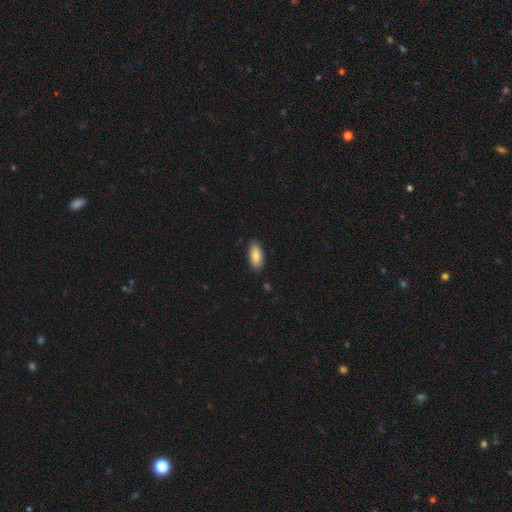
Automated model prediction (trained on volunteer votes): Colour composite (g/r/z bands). It shows a smooth galaxy with no disk features (83%) that is in between round and cigar-shaped (86%). Merging: none (86%).